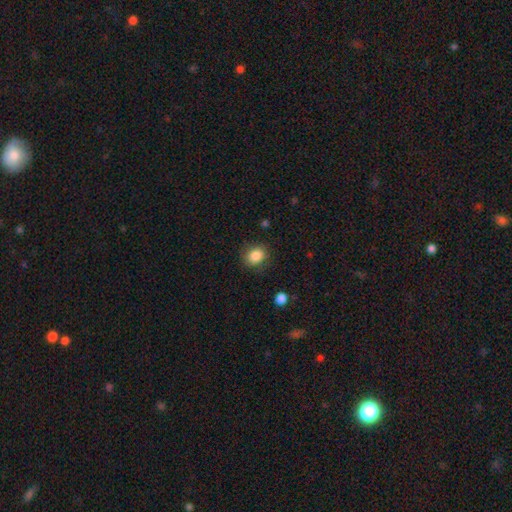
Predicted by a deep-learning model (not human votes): A smooth galaxy with no disk features (85%) that is round (63%).

Vote fractions:
- Smooth or featured? smooth: 85% / star or artifact: 9% / featured or disk: 5%
- How rounded? round: 63% / in between: 36% / cigar-shaped: 1%
- Merging? none: 84% / minor disturbance: 11% / major disturbance: 3% / merger: 1%